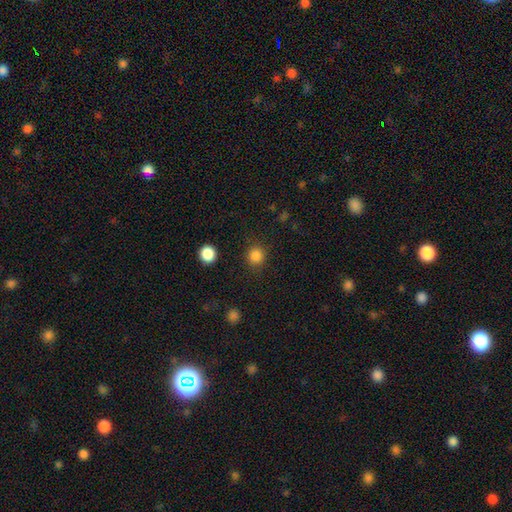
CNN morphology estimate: Q: Smooth or featured?
A: smooth (85%); runner-up: star or artifact (12%)
Q: How rounded?
A: round (90%); runner-up: in between (9%)
Q: Merging?
A: none (87%); runner-up: minor disturbance (8%)